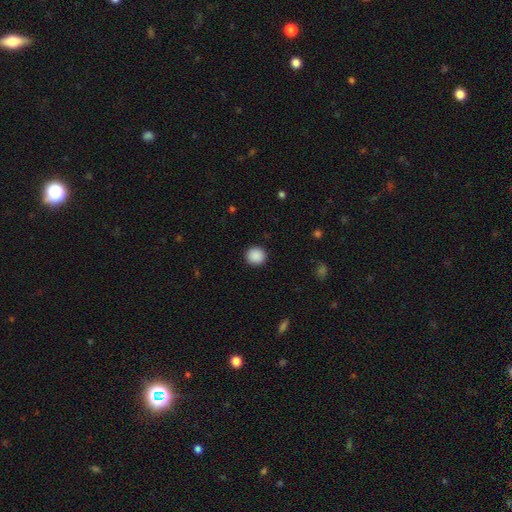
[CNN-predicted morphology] smooth-or-featured: smooth: 89% | star or artifact: 8% | featured or disk: 2%
  how-rounded: round: 92% | in between: 8% | cigar-shaped: 1%
  merging: none: 92% | minor disturbance: 5% | major disturbance: 2% | merger: 1%